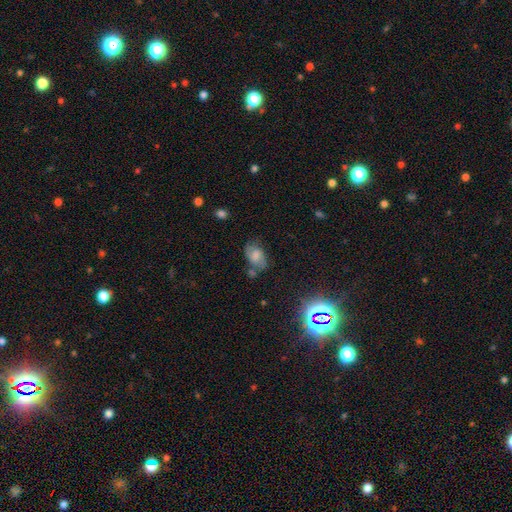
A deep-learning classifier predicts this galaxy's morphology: smooth-or-featured: smooth: 48% | featured or disk: 39% | star or artifact: 13%
  merging: none: 55% | minor disturbance: 25% | major disturbance: 10% | merger: 10%